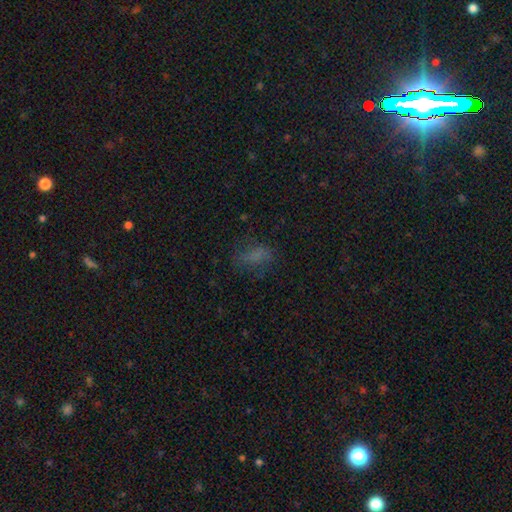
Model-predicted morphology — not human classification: A smooth galaxy with no disk features (63%) that is in between round and cigar-shaped (79%).

Vote fractions:
- Smooth or featured? smooth: 63% / star or artifact: 21% / featured or disk: 17%
- How rounded? in between: 79% / round: 11% / cigar-shaped: 10%
- Merging? none: 61% / minor disturbance: 22% / major disturbance: 16% / merger: 2%